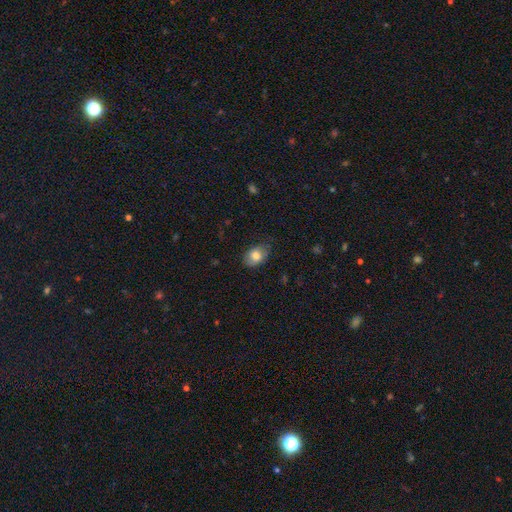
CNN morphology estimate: type=smooth (78%); roundness=in between (82%); merging=none (69%).